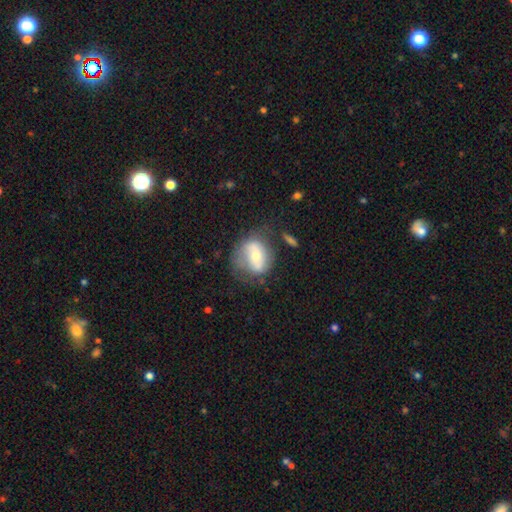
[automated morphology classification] type=featured or disk (49%); merging=none (52%).